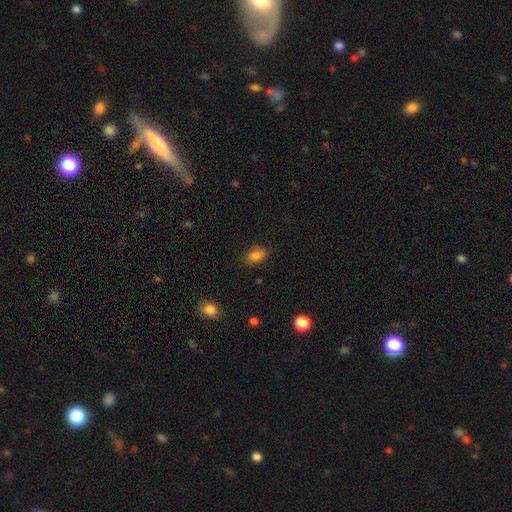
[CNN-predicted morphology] A smooth galaxy with no disk features (83%) that is in between round and cigar-shaped (83%).

Vote fractions:
- Smooth or featured? smooth: 83% / star or artifact: 11% / featured or disk: 6%
- How rounded? in between: 83% / round: 15% / cigar-shaped: 2%
- Merging? none: 77% / minor disturbance: 17% / major disturbance: 4% / merger: 1%